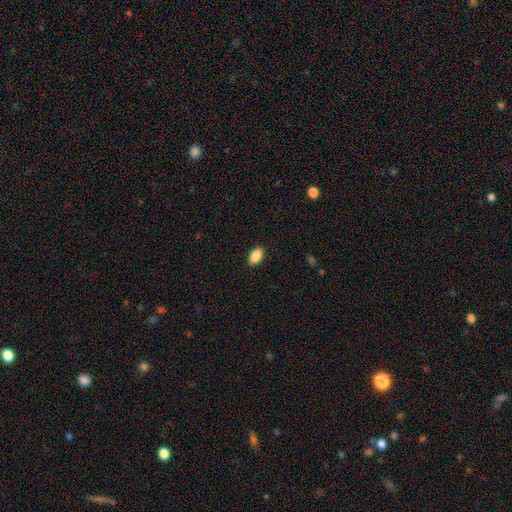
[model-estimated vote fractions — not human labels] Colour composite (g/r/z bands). It shows a smooth galaxy with no disk features (89%) that is in between round and cigar-shaped (93%). Merging: none (89%).